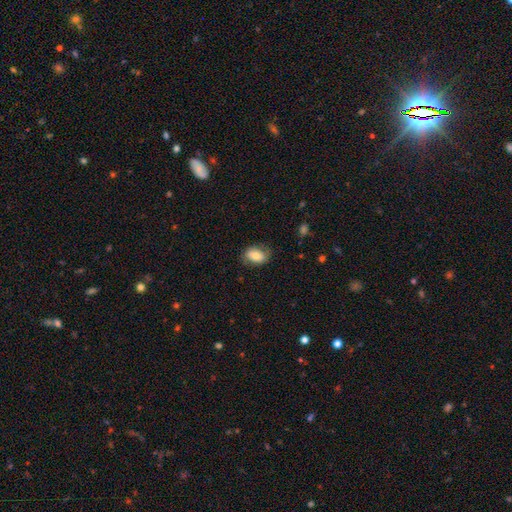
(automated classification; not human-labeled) The model was most divided on "merging": none: 72%, minor disturbance: 20%, major disturbance: 7%, merger: 1%. More confident: how rounded — in between (83%); smooth or featured — smooth (72%).